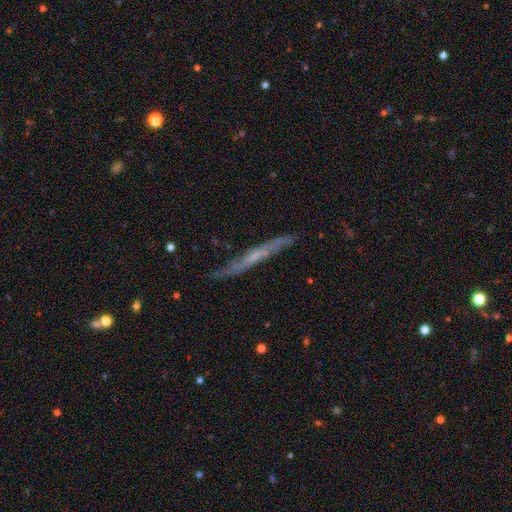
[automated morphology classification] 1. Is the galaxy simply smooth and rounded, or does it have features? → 61% featured or disk, 31% smooth, 7% star or artifact.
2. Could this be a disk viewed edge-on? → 84% yes, 16% no.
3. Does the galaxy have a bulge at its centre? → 73% none, 19% rounded, 8% boxy.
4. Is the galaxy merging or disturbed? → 76% none, 18% minor disturbance, 4% major disturbance, 2% merger.